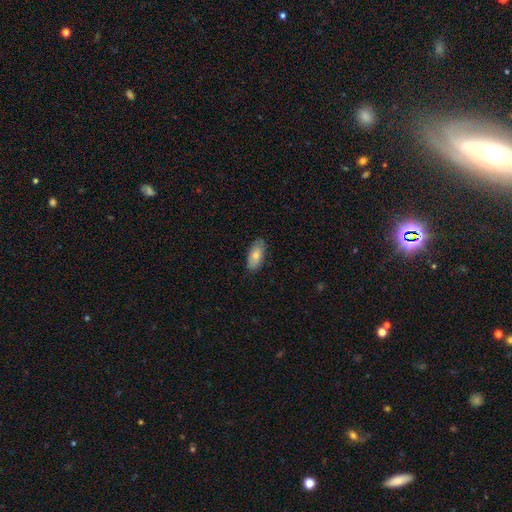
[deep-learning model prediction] This is likely a smooth galaxy (78%). How rounded: clearly in between (90%). Merging: clearly none (81%).